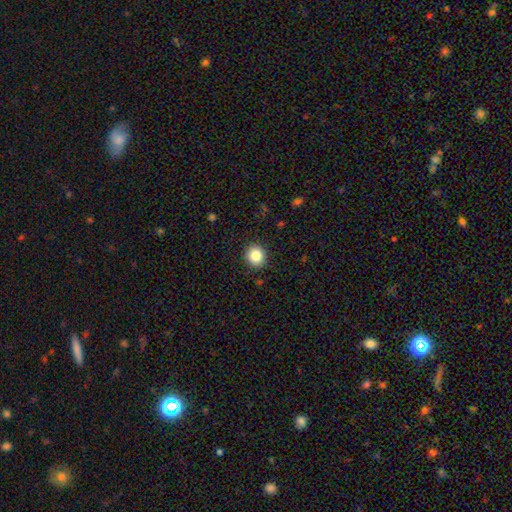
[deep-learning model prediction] Smooth or featured: smooth — 85% (star or artifact — 10%)
How rounded: round — 85% (in between — 14%)
Merging: none — 91% (minor disturbance — 6%)